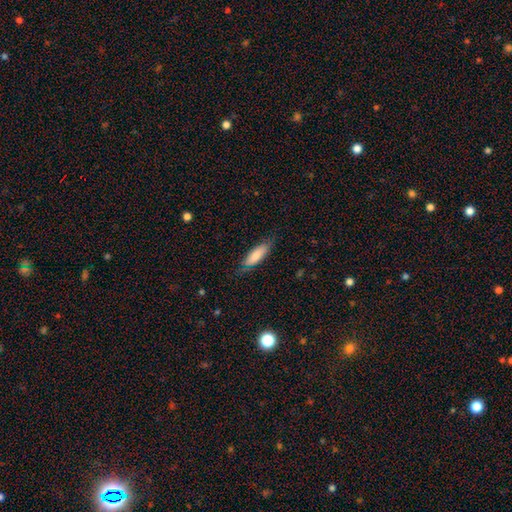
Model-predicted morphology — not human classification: Smooth or featured? Predicted: smooth (p=0.78). How rounded? Predicted: in between (p=0.50). Merging? Predicted: none (p=0.74).